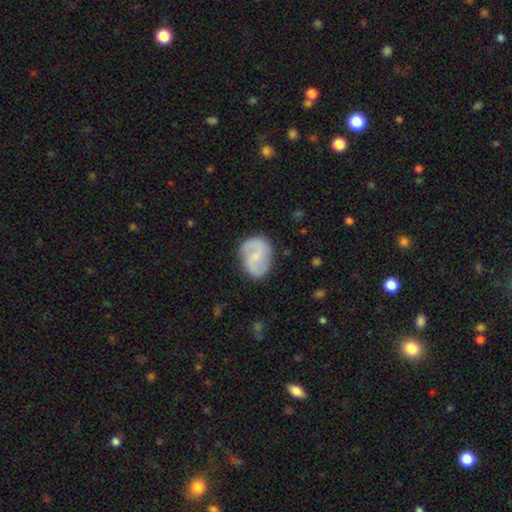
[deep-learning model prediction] Q: Smooth or featured?
A: featured or disk (69%); runner-up: smooth (25%)
Q: Edge-on disk?
A: no (98%); runner-up: yes (2%)
Q: Bar?
A: weak (48%); runner-up: no (40%)
Q: Spiral arms?
A: yes (91%); runner-up: no (9%)
Q: Spiral winding?
A: medium (44%); runner-up: loose (38%)
Q: Spiral arm count?
A: 2 (89%); runner-up: can't tell (6%)
Q: Bulge size?
A: small (62%); runner-up: moderate (23%)
Q: Merging?
A: none (79%); runner-up: minor disturbance (15%)